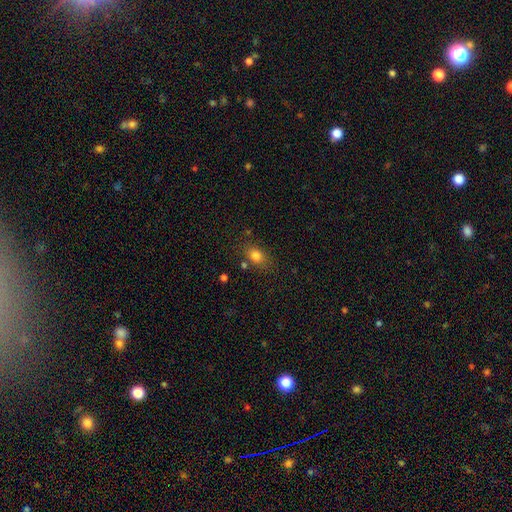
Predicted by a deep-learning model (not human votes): Smooth or featured: smooth — 80% (star or artifact — 11%)
How rounded: in between — 66% (round — 32%)
Merging: none — 74% (minor disturbance — 15%)